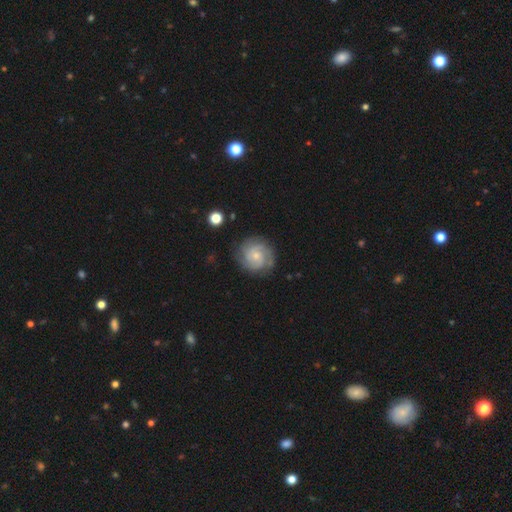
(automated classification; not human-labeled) The model was most divided on "spiral arm count": 2: 45%, 3: 23%, can't tell: 19%, 4: 5%, 1: 4%, more than 4: 4%. More confident: edge-on disk — no (98%); spiral arms — yes (95%); merging — none (78%); smooth or featured — featured or disk (78%); bar — no (69%); bulge size — small (63%); spiral winding — tight (61%).